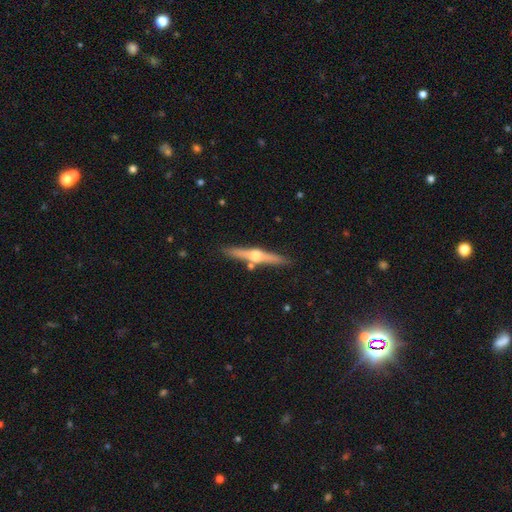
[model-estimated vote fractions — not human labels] This appears to be a featured or disk galaxy (71%) viewed edge-on (97%) with a rounded central bulge (94%). Merging: none (83%).